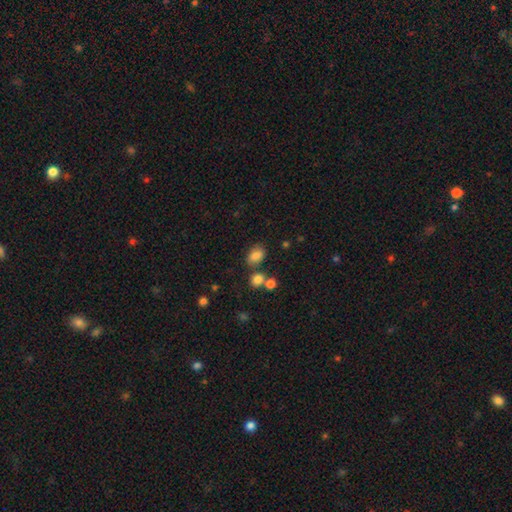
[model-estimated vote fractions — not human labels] Smooth or featured: smooth — 82% (star or artifact — 12%)
How rounded: in between — 78% (round — 21%)
Merging: none — 67% (minor disturbance — 14%)